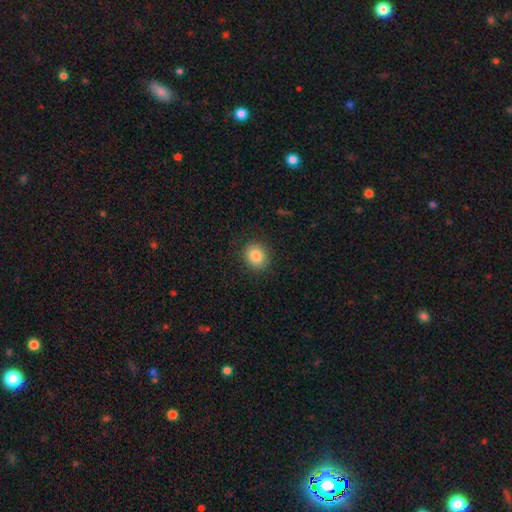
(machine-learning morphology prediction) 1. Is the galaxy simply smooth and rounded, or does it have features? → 84% smooth, 9% star or artifact, 7% featured or disk.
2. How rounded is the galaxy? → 71% round, 28% in between, 1% cigar-shaped.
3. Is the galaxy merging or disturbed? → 87% none, 9% minor disturbance, 3% major disturbance, 1% merger.